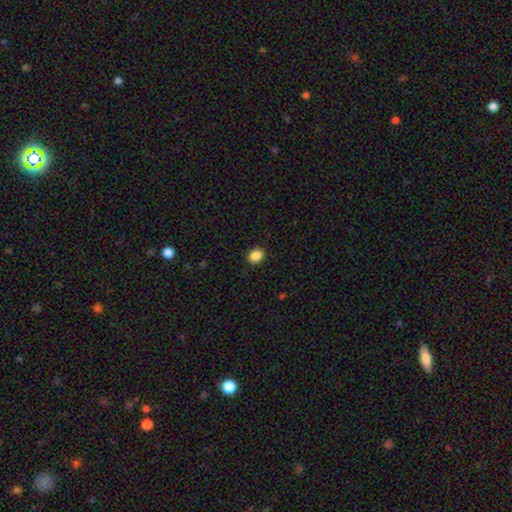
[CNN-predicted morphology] type=smooth (87%); roundness=round (51%); merging=none (91%).